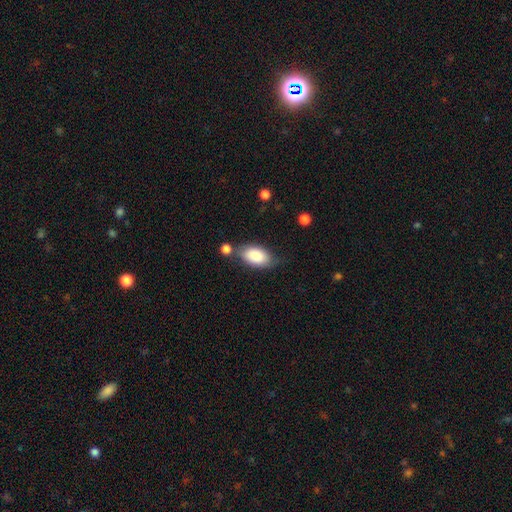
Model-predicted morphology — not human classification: A smooth galaxy with no disk features (85%) that is in between round and cigar-shaped (93%).

Vote fractions:
- Smooth or featured? smooth: 85% / featured or disk: 9% / star or artifact: 6%
- How rounded? in between: 93% / round: 4% / cigar-shaped: 3%
- Merging? none: 62% / minor disturbance: 20% / merger: 13% / major disturbance: 6%